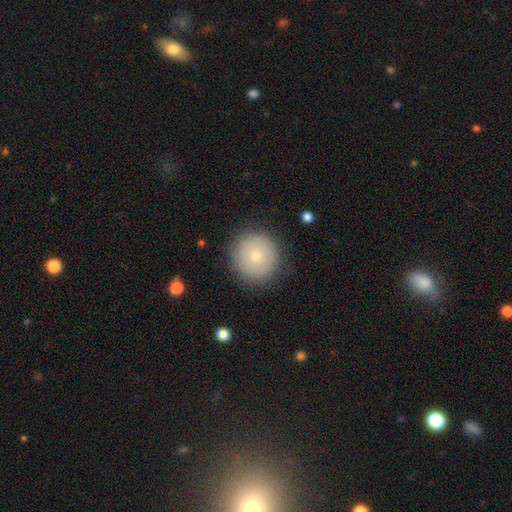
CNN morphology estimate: Smooth or featured: smooth — 74% (featured or disk — 18%)
How rounded: round — 95% (in between — 4%)
Merging: none — 88% (minor disturbance — 9%)